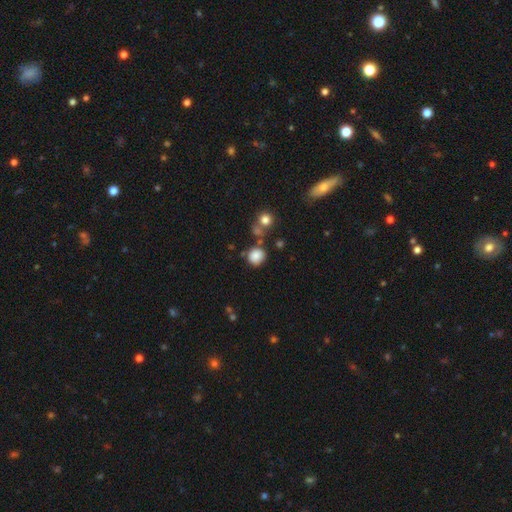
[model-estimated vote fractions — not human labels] Q: Smooth or featured?
A: smooth (84%); runner-up: star or artifact (11%)
Q: How rounded?
A: round (85%); runner-up: in between (14%)
Q: Merging?
A: none (70%); runner-up: minor disturbance (15%)